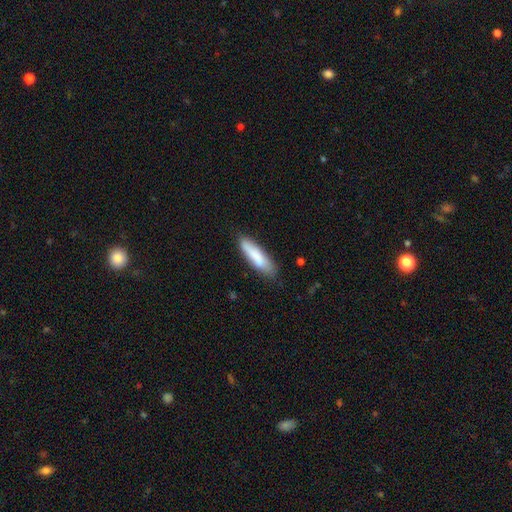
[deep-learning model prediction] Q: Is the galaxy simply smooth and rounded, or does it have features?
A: smooth — 80%.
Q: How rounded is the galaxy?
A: cigar-shaped — 69%.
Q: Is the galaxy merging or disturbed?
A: none — 75%.